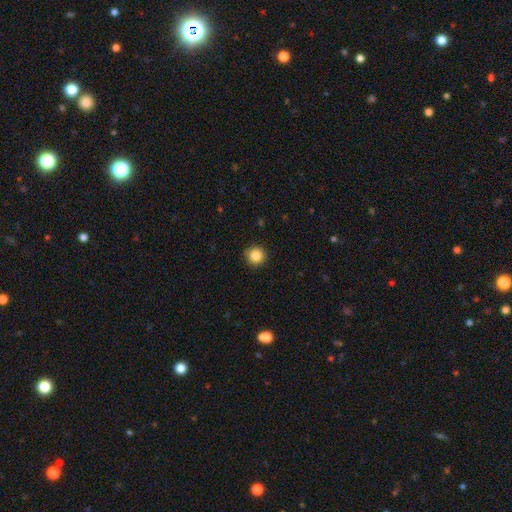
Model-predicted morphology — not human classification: type=smooth (85%); roundness=round (95%); merging=none (90%).